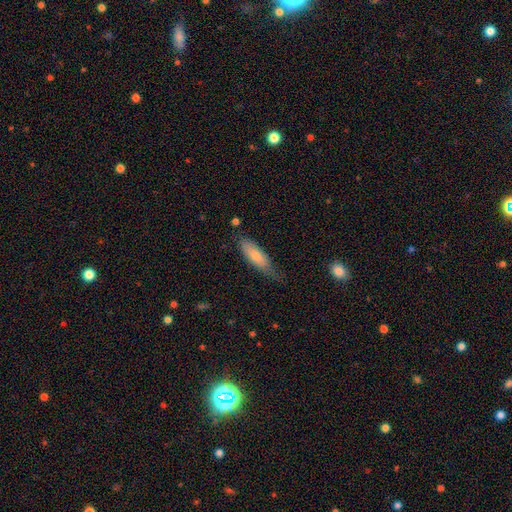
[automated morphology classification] This appears to be a smooth galaxy with no disk features (76%) that is in between round and cigar-shaped (55%). Merging: none (55%).